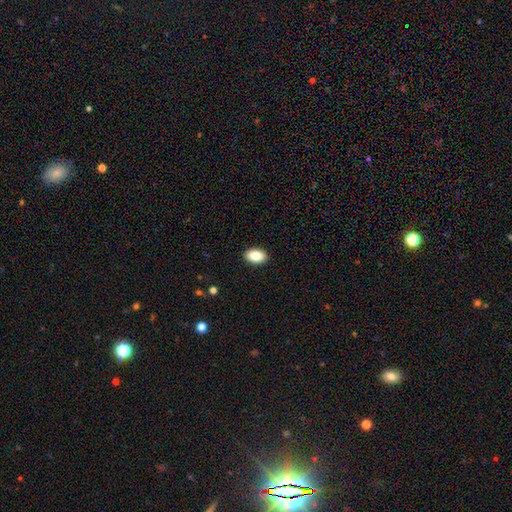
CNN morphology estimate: A smooth galaxy with no disk features (85%) that is in between round and cigar-shaped (90%). Merging: none (91%).